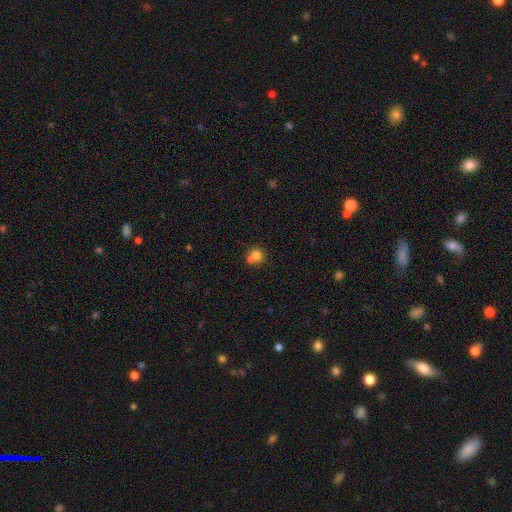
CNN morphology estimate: Smooth or featured: smooth — 76% (featured or disk — 12%)
How rounded: round — 86% (in between — 13%)
Merging: none — 45% (merger — 44%)